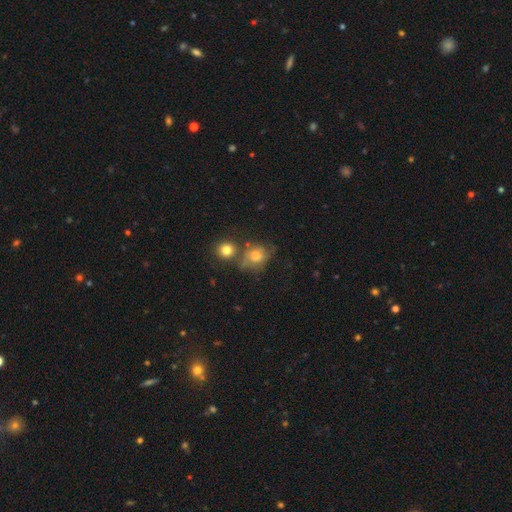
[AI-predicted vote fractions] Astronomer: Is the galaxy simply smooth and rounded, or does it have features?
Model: smooth — 57%.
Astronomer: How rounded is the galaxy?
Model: round — 55% (runner-up: in between, 43%).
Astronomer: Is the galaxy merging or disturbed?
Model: none — 49%.